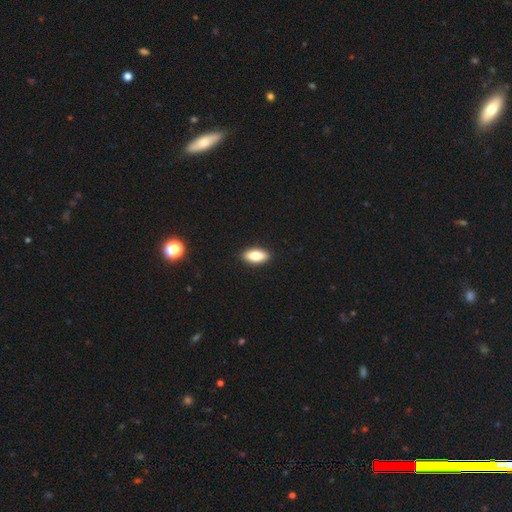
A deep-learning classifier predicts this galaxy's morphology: Q: Smooth or featured?
A: smooth (80%); runner-up: featured or disk (13%)
Q: How rounded?
A: in between (86%); runner-up: cigar-shaped (11%)
Q: Merging?
A: none (91%); runner-up: minor disturbance (6%)